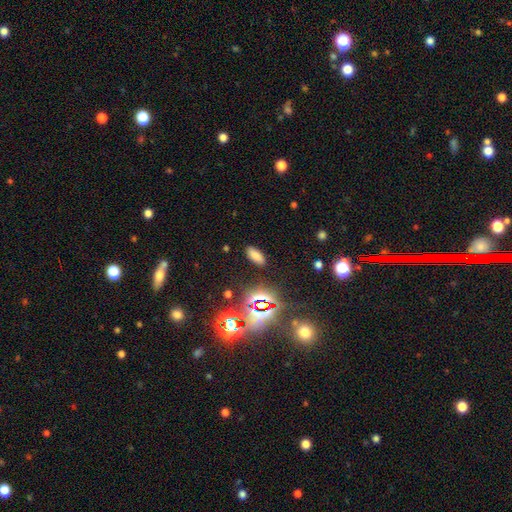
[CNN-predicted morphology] Overall: smooth (72%). How rounded: in between (81%). Merging: none (88%).